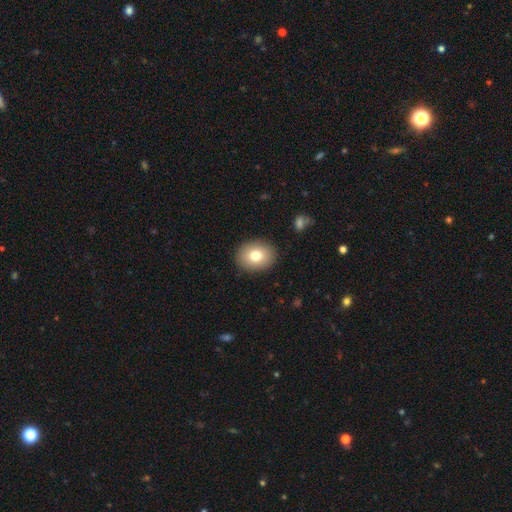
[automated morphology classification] This is likely a smooth galaxy (77%). How rounded: possibly in between (51%). Merging: clearly none (89%).